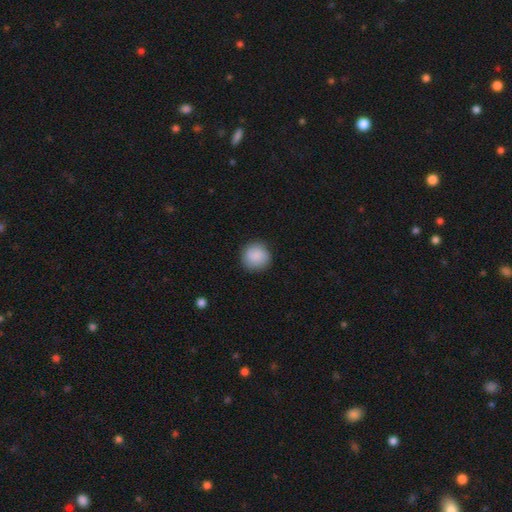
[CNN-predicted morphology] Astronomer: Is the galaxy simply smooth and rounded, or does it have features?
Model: smooth — 89%.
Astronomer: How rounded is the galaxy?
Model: round — 93%.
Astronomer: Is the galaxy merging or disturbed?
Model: none — 87%.